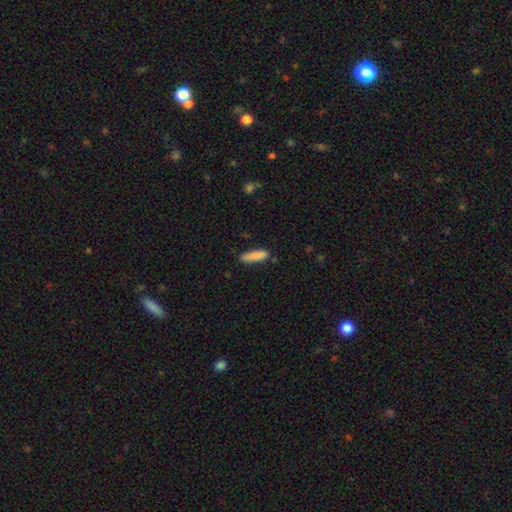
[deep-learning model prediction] This is clearly a smooth galaxy (86%). How rounded: likely cigar-shaped (70%). Merging: likely none (77%).